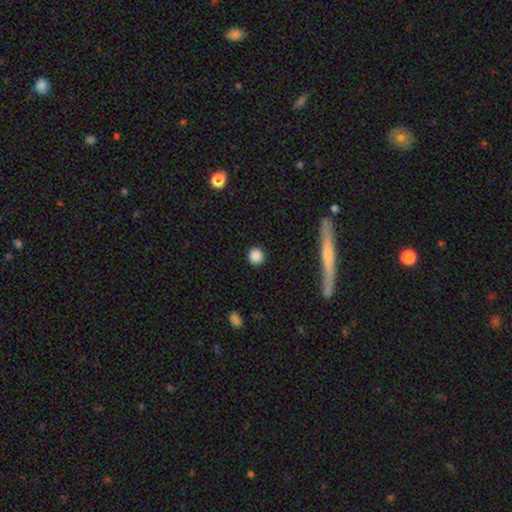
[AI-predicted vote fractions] The model was most divided on "smooth or featured": smooth: 86%, star or artifact: 9%, featured or disk: 4%. More confident: how rounded — round (92%); merging — none (91%).